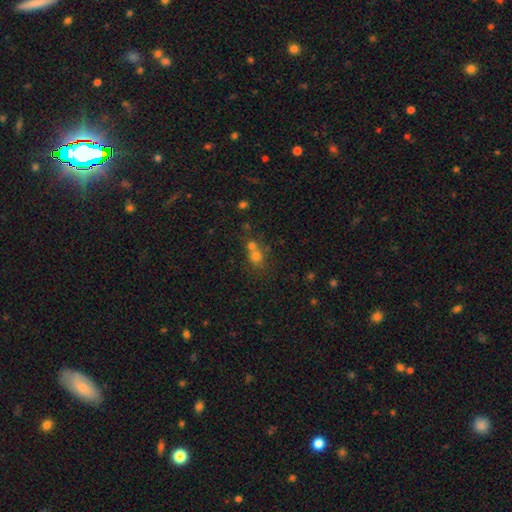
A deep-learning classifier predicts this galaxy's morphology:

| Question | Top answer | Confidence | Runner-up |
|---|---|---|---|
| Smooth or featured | smooth | 68% | star or artifact (20%) |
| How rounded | round | 79% | in between (19%) |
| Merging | merger | 50% | none (40%) |